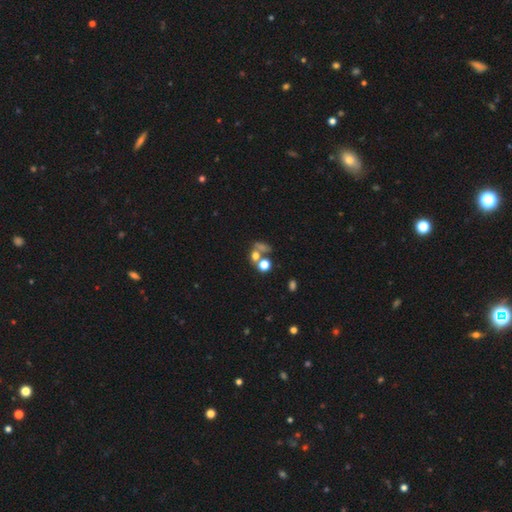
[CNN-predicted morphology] Overall: smooth (60%; star or artifact 23%). How rounded: round (65%; in between 32%). Merging: merger (46%; none 36%).